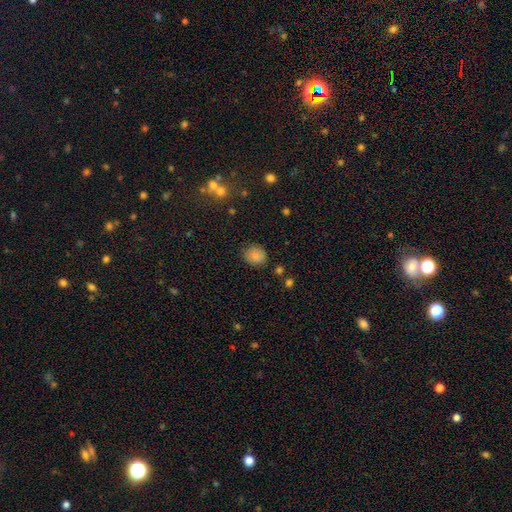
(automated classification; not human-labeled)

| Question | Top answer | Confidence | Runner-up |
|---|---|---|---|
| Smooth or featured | smooth | 83% | star or artifact (10%) |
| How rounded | round | 77% | in between (22%) |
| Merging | none | 85% | minor disturbance (11%) |